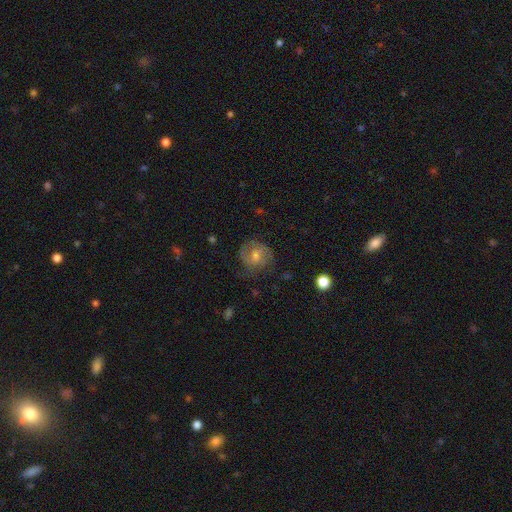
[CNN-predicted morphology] A featured or disk galaxy (67%) with no bar (61%), 2 (54%) tight (47%) spiral arms (90%) and a moderate central bulge (51%). Merging: none (72%).